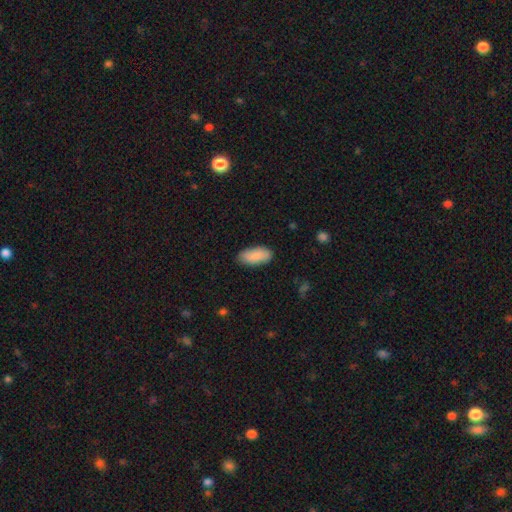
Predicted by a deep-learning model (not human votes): smooth_or_featured: smooth (p=0.88) [alt: featured or disk p=0.06]
how_rounded: in between (p=0.90) [alt: cigar-shaped p=0.08]
merging: none (p=0.84) [alt: minor disturbance p=0.12]